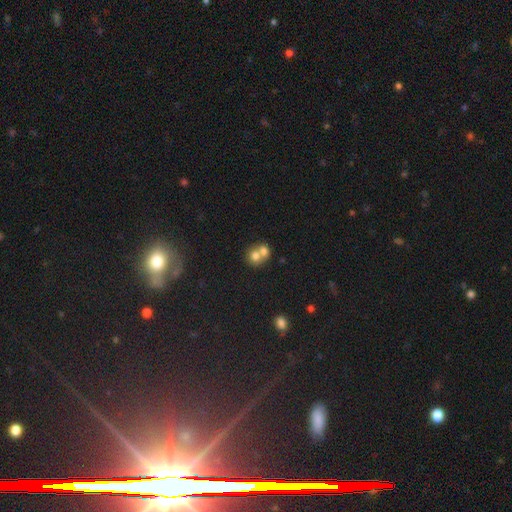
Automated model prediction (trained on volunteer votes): Smooth or featured? Predicted: smooth (p=0.70). How rounded? Predicted: round (p=0.71). Merging? Predicted: merger (p=0.68).